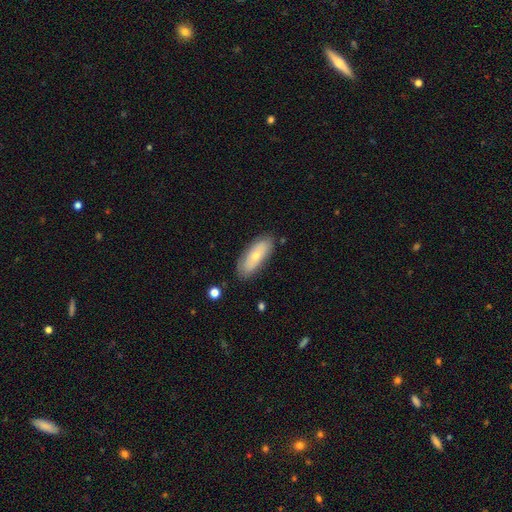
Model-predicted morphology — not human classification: Smooth or featured? smooth (57%)
How rounded? in between (78%)
Merging? none (81%)